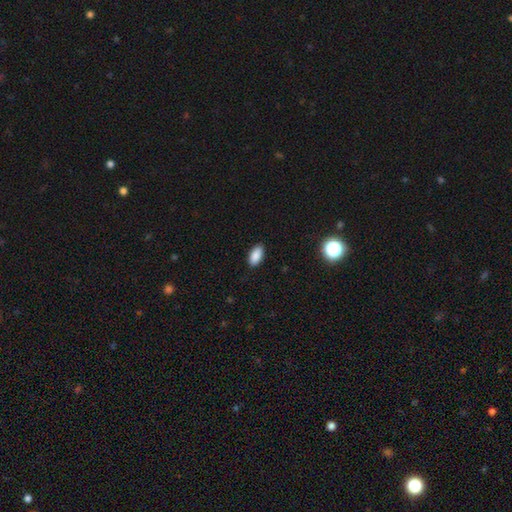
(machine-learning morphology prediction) This is clearly a smooth galaxy (88%). How rounded: clearly in between (94%). Merging: clearly none (88%).